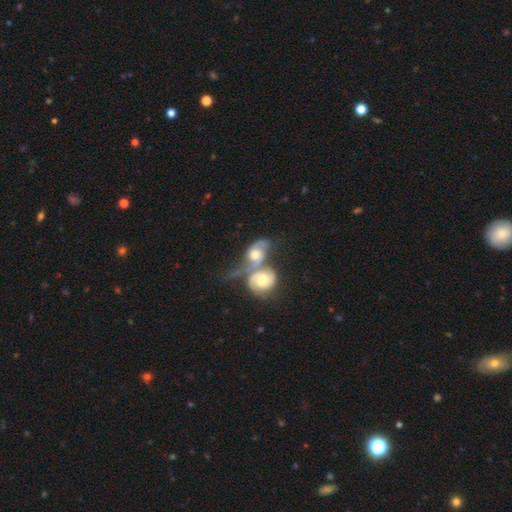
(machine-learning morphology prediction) type=featured or disk (71%); edge-on=no (94%); bar=no (70%); spiral arms=yes (85%); winding=medium (38%); arm count=2 (73%); bulge=moderate (67%); merging=merger (72%).